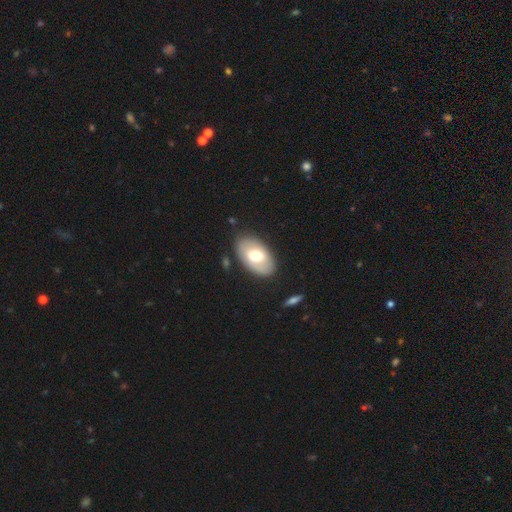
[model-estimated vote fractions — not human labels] Smooth or featured? smooth (59%)
How rounded? in between (93%)
Merging? none (82%)